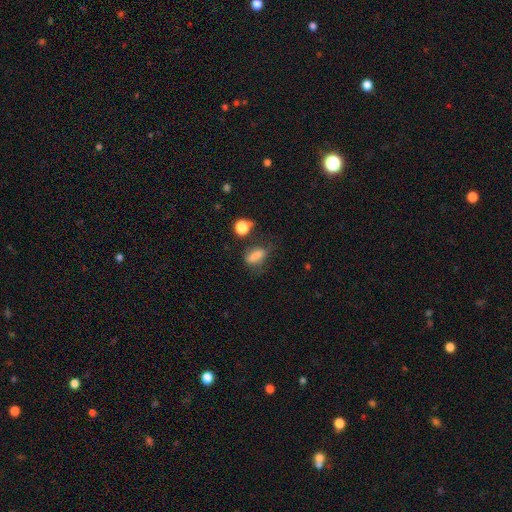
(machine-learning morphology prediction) Smooth or featured?
  - smooth: 76% *
  - star or artifact: 13%
  - featured or disk: 12%
How rounded?
  - in between: 65% *
  - cigar-shaped: 23%
  - round: 12%
Merging?
  - none: 52% *
  - minor disturbance: 25%
  - major disturbance: 16%
  - merger: 7%